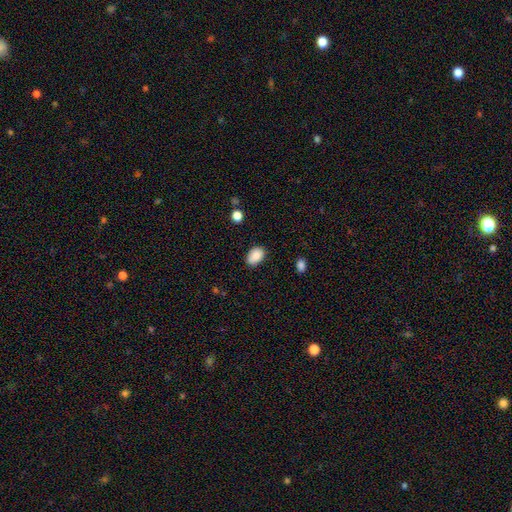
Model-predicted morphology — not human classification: Smooth or featured: smooth — 87% (star or artifact — 8%)
How rounded: in between — 84% (round — 15%)
Merging: none — 78% (minor disturbance — 17%)